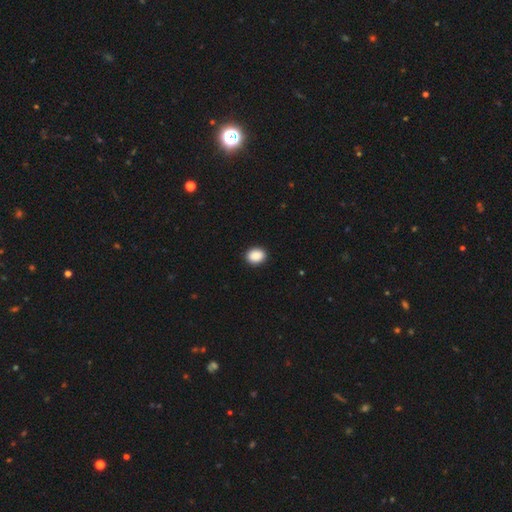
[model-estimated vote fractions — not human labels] Smooth or featured: smooth — 90% (star or artifact — 8%)
How rounded: in between — 53% (round — 46%)
Merging: none — 91% (minor disturbance — 6%)